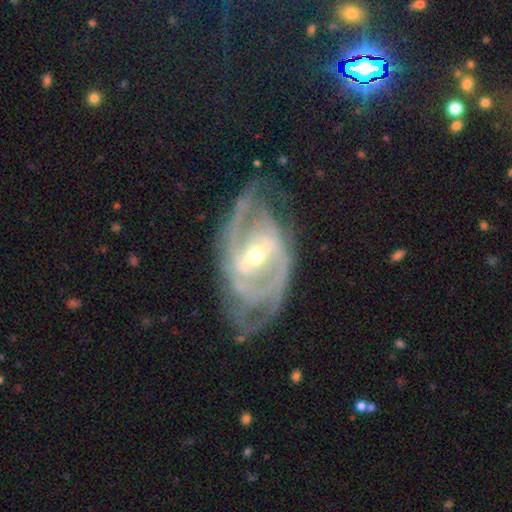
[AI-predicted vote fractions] Smooth or featured? featured or disk (89%)
Edge-on disk? no (95%)
Bar? strong (51%)
Spiral arms? yes (94%)
Spiral winding? tight (44%)
Spiral arm count? 2 (60%)
Bulge size? small (50%)
Merging? none (63%)